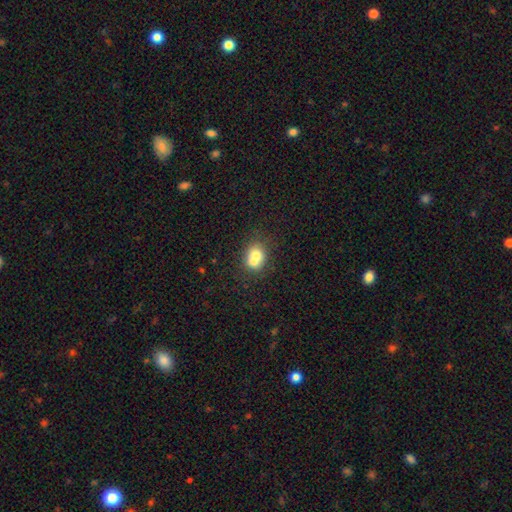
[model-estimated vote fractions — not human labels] smooth_or_featured: smooth (p=0.68) [alt: featured or disk p=0.21]
how_rounded: round (p=0.60) [alt: in between p=0.39]
merging: merger (p=0.56) [alt: none p=0.32]